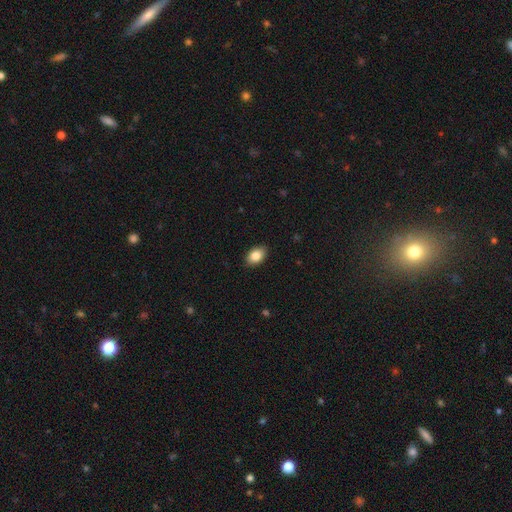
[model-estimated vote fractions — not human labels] Q: Smooth or featured?
A: smooth (86%); runner-up: star or artifact (8%)
Q: How rounded?
A: in between (87%); runner-up: round (12%)
Q: Merging?
A: none (89%); runner-up: minor disturbance (8%)